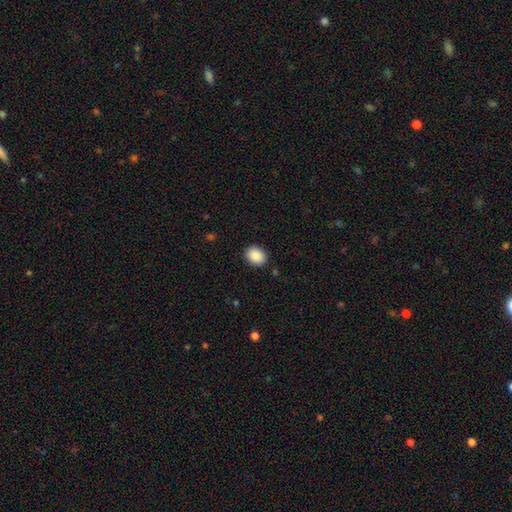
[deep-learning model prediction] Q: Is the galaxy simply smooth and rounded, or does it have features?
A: smooth — 89%.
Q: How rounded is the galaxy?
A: round — 52%.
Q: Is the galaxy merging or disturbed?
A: none — 89%.